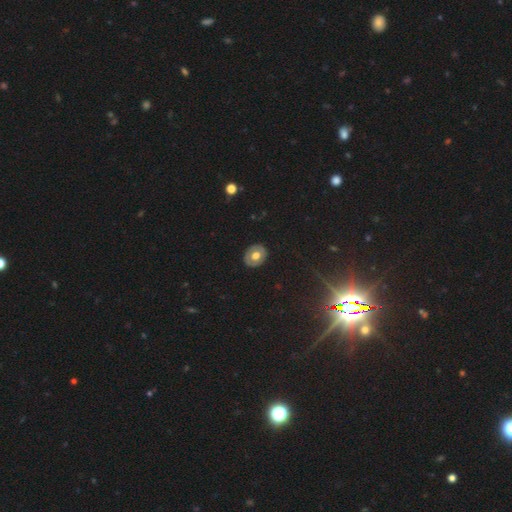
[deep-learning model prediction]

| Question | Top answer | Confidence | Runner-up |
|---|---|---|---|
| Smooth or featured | smooth | 55% | featured or disk (36%) |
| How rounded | round | 58% | in between (41%) |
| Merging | none | 87% | minor disturbance (10%) |